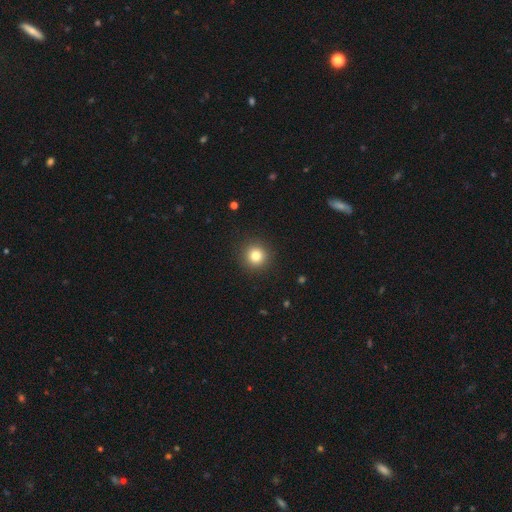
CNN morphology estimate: smooth_or_featured: smooth (p=0.81) [alt: star or artifact p=0.12]
how_rounded: round (p=0.94) [alt: in between p=0.05]
merging: none (p=0.92) [alt: minor disturbance p=0.05]